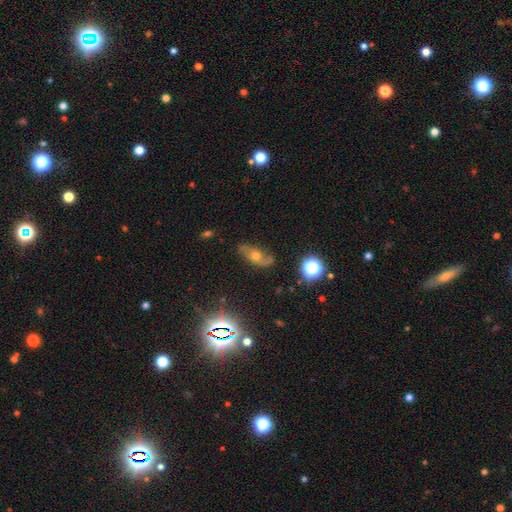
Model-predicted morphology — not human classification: featured or disk 54%, smooth 29%, star or artifact 17%. Down the decision tree: edge-on disk — no (82%); merging — none (64%).